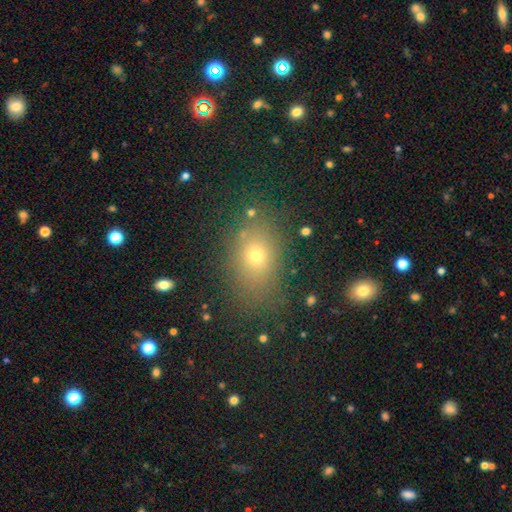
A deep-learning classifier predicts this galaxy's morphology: Smooth or featured?
  - smooth: 68% *
  - star or artifact: 19%
  - featured or disk: 13%
How rounded?
  - in between: 68% *
  - round: 30%
  - cigar-shaped: 2%
Merging?
  - none: 78% *
  - minor disturbance: 13%
  - major disturbance: 6%
  - merger: 3%